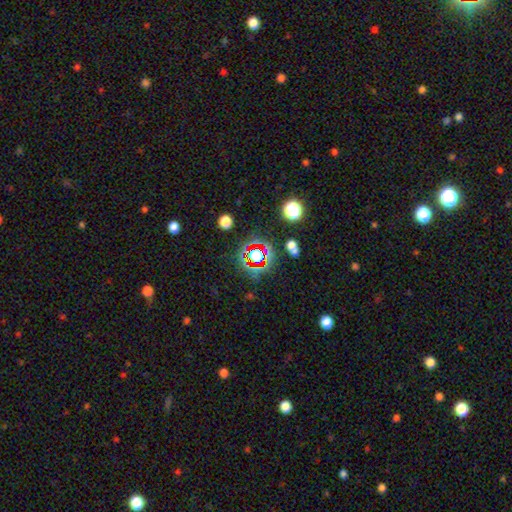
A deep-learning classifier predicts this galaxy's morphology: Overall: star or artifact (61%; smooth 25%).